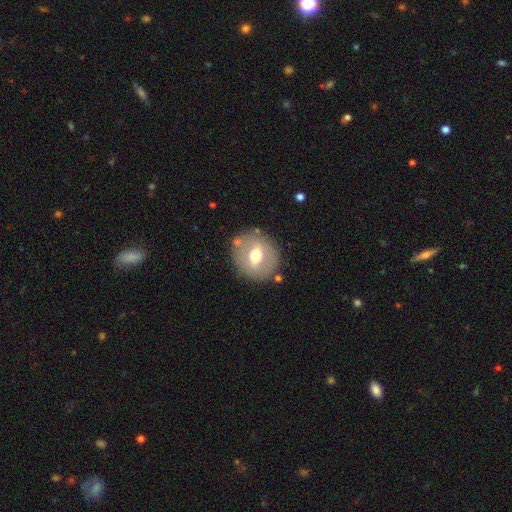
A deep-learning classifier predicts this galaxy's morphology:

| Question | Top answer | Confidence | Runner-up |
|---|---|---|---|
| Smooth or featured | smooth | 50% | featured or disk (41%) |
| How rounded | round | 83% | in between (16%) |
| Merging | none | 82% | minor disturbance (10%) |